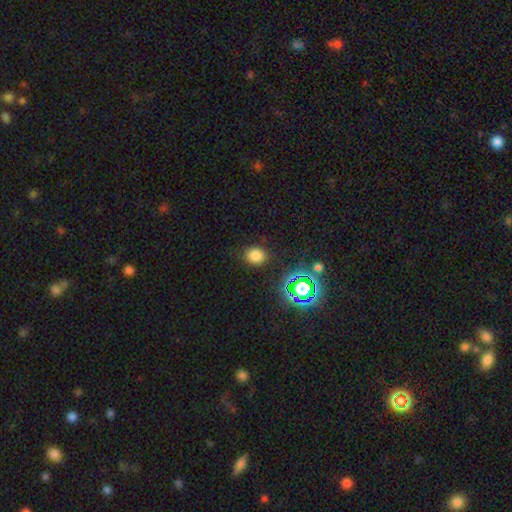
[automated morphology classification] smooth_or_featured: smooth (p=0.74) [alt: star or artifact p=0.20]
how_rounded: round (p=0.63) [alt: in between p=0.36]
merging: none (p=0.86) [alt: minor disturbance p=0.09]